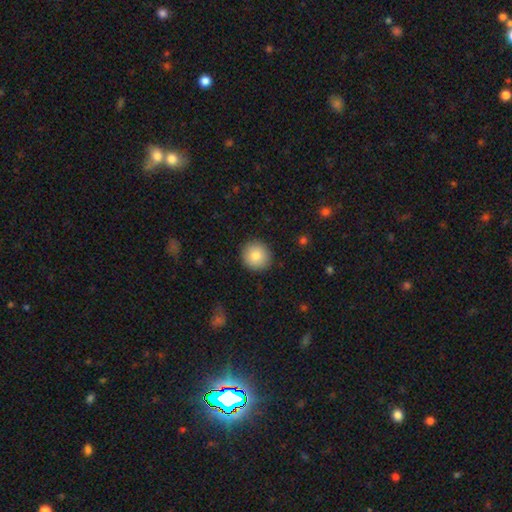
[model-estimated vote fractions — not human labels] This appears to be a smooth galaxy with no disk features (84%) that is round (93%). Merging: none (91%).